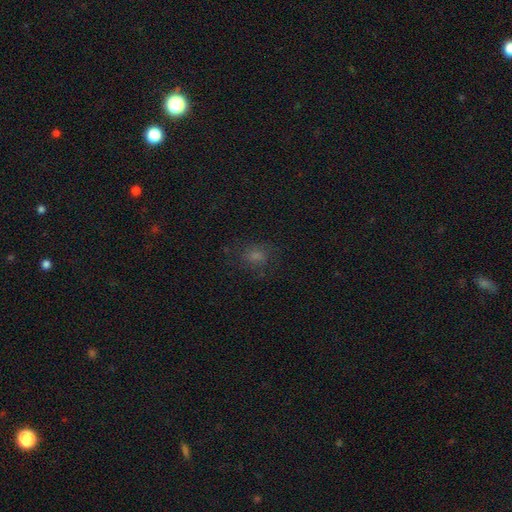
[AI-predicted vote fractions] A smooth galaxy with no disk features (48%). Merging: none (76%).